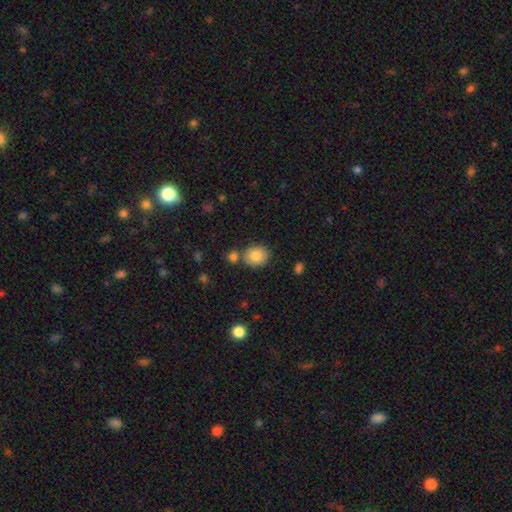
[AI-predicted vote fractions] Smooth or featured: smooth — 83% (star or artifact — 9%)
How rounded: round — 74% (in between — 25%)
Merging: none — 72% (merger — 14%)